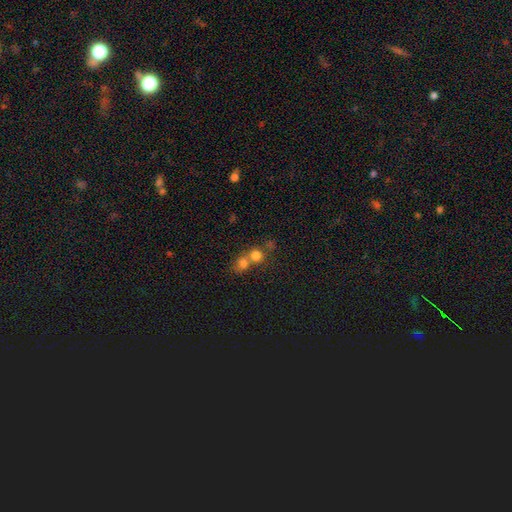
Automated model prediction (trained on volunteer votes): Smooth or featured?
  - smooth: 75% *
  - star or artifact: 14%
  - featured or disk: 11%
How rounded?
  - round: 84% *
  - in between: 15%
  - cigar-shaped: 1%
Merging?
  - merger: 56% *
  - none: 36%
  - minor disturbance: 5%
  - major disturbance: 3%